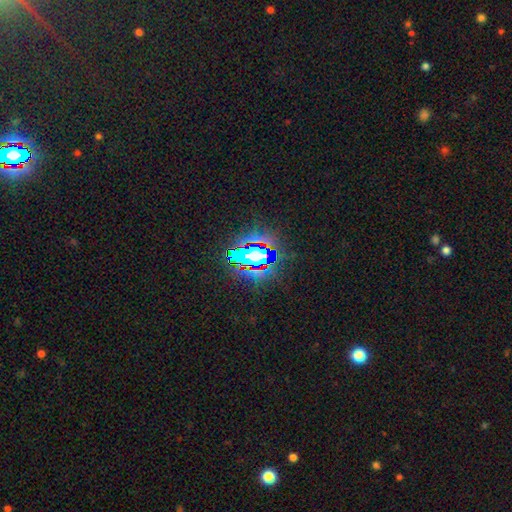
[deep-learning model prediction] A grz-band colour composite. It shows a star or artifact, not a galaxy (63%).